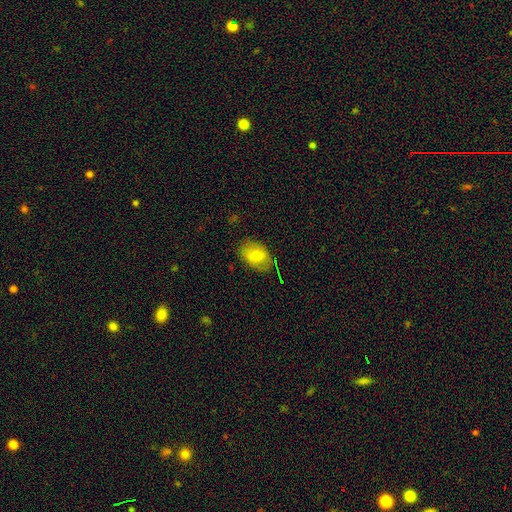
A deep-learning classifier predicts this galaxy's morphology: Smooth or featured?
  - smooth: 71% *
  - featured or disk: 22%
  - star or artifact: 8%
How rounded?
  - in between: 83% *
  - round: 15%
  - cigar-shaped: 1%
Merging?
  - none: 78% *
  - minor disturbance: 16%
  - major disturbance: 5%
  - merger: 1%